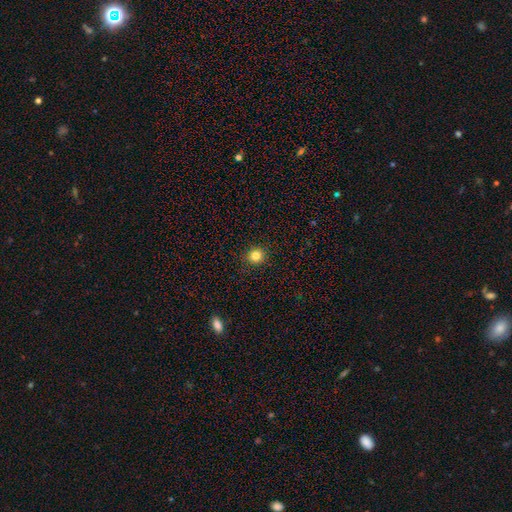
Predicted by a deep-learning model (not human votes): smooth_or_featured: smooth (p=0.82) [alt: star or artifact p=0.12]
how_rounded: round (p=0.90) [alt: in between p=0.09]
merging: none (p=0.92) [alt: minor disturbance p=0.05]